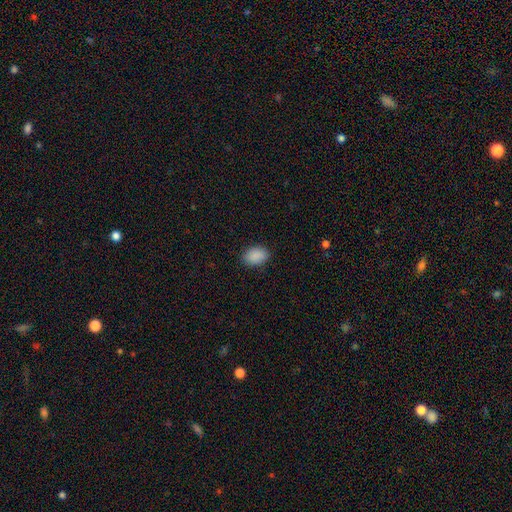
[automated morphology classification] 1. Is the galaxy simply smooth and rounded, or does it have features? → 90% smooth, 8% star or artifact, 3% featured or disk.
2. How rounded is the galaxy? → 86% in between, 13% round, 1% cigar-shaped.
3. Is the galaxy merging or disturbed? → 87% none, 10% minor disturbance, 2% major disturbance, 1% merger.